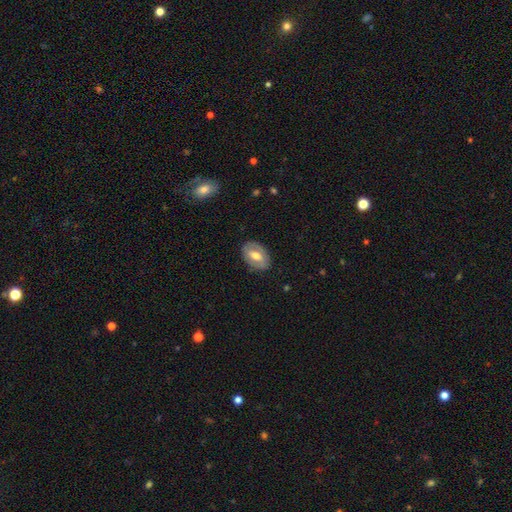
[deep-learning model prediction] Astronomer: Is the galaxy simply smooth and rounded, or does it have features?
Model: smooth — 50% (runner-up: featured or disk, 44%).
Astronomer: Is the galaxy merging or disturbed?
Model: none — 82%.